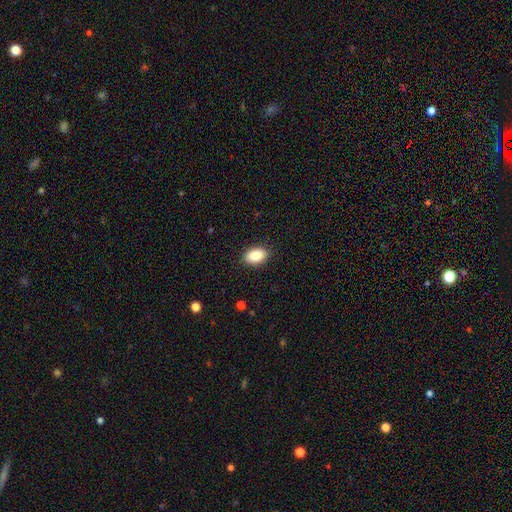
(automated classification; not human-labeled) Morphology: type=smooth (86%); roundness=in between (90%); merging=none (89%).